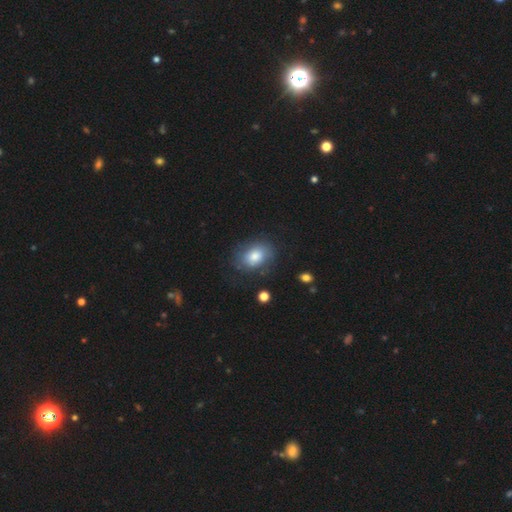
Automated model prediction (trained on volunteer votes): This is likely a smooth galaxy (72%). How rounded: likely in between (66%). Merging: likely none (70%).